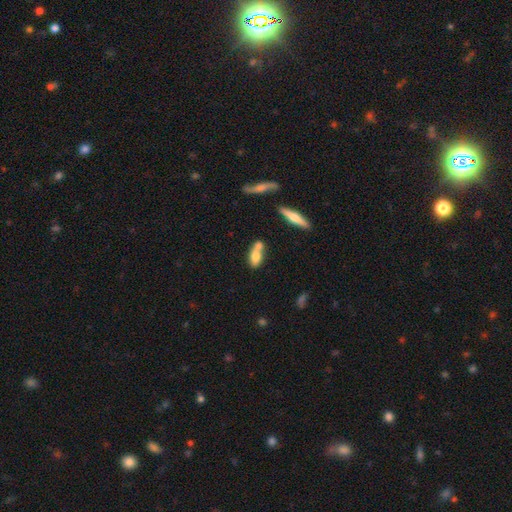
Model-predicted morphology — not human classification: Smooth or featured? Predicted: smooth (p=0.70). How rounded? Predicted: in between (p=0.77). Merging? Predicted: merger (p=0.49).